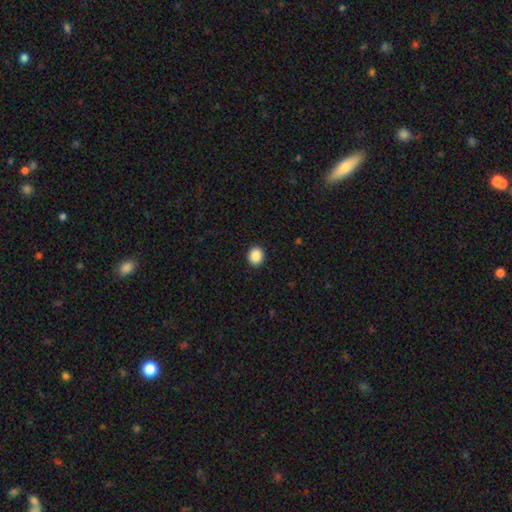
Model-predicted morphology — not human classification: Smooth or featured? smooth (89%)
How rounded? round (80%)
Merging? none (92%)